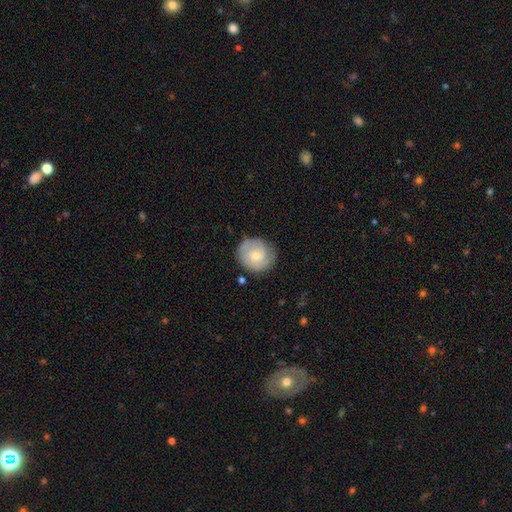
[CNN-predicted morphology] This appears to be a smooth galaxy with no disk features (48%). Merging: none (76%).